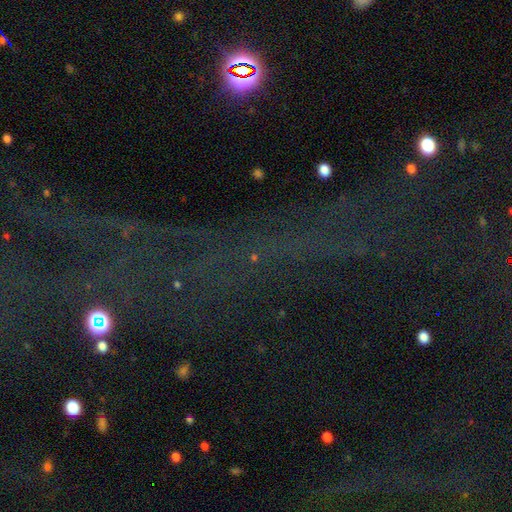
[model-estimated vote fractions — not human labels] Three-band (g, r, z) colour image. It shows a star or artifact, not a galaxy (75%).